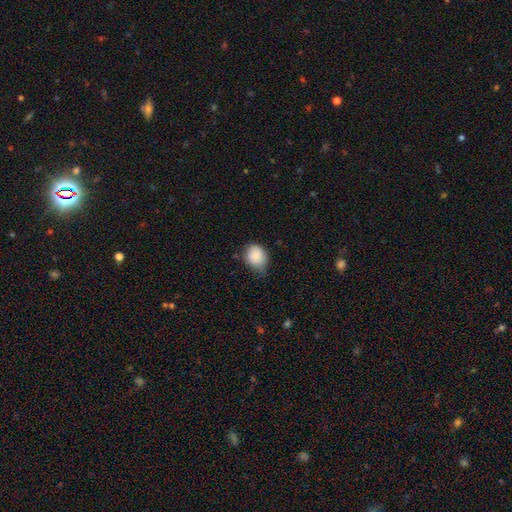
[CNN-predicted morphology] This appears to be a smooth galaxy with no disk features (86%) that is round (55%). Merging: none (53%).